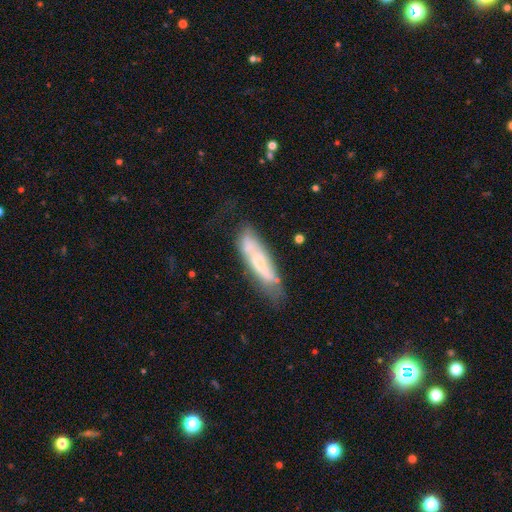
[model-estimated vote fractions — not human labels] Morphology: type=featured or disk (50%); merging=none (56%).